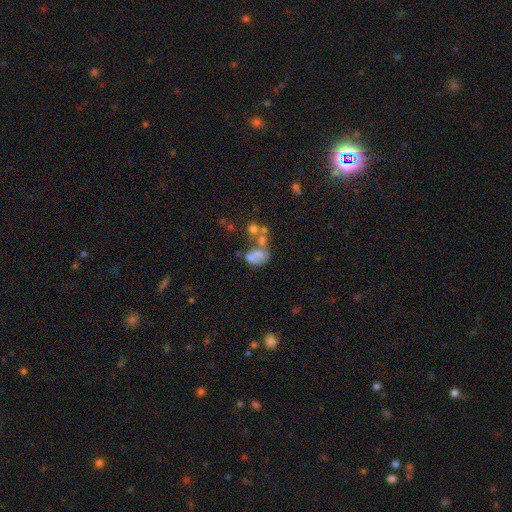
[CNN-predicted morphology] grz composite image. It shows a smooth galaxy with no disk features (45%). Merging: merger (40%).